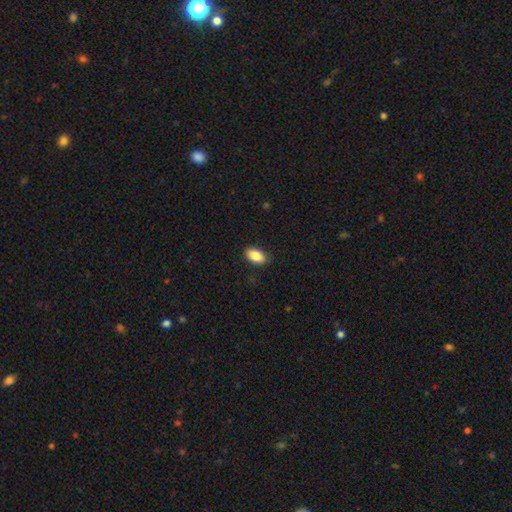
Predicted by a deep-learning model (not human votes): This appears to be a smooth galaxy with no disk features (87%) that is in between round and cigar-shaped (92%). Merging: none (88%).